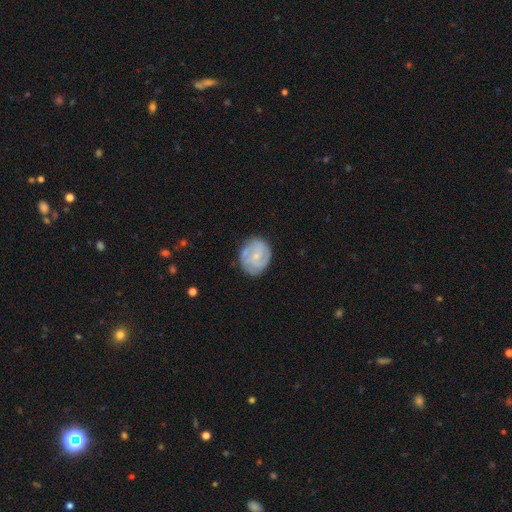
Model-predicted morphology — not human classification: Smooth or featured? featured or disk (70%)
Edge-on disk? no (98%)
Bar? no (57%)
Spiral arms? yes (88%)
Spiral winding? tight (51%)
Spiral arm count? 2 (35%)
Bulge size? small (70%)
Merging? none (75%)